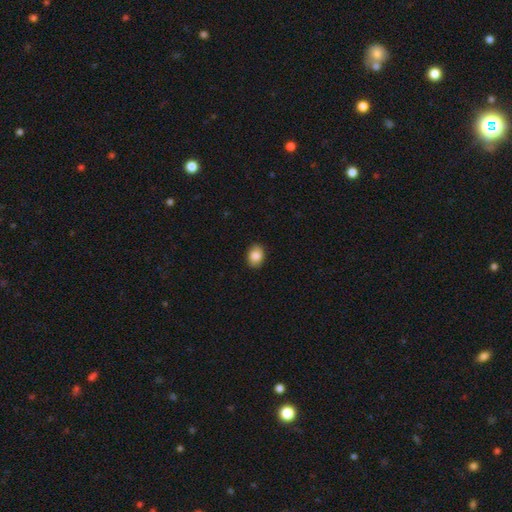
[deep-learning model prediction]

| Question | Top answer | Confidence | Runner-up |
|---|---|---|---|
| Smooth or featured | smooth | 87% | star or artifact (8%) |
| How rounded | in between | 65% | round (34%) |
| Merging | none | 87% | minor disturbance (10%) |